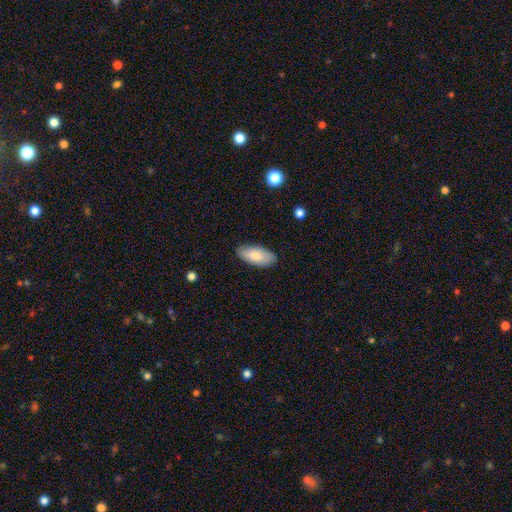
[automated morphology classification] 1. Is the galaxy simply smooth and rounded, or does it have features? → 82% smooth, 12% featured or disk, 6% star or artifact.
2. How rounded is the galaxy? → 89% in between, 9% cigar-shaped, 2% round.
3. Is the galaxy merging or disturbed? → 85% none, 11% minor disturbance, 2% major disturbance, 1% merger.